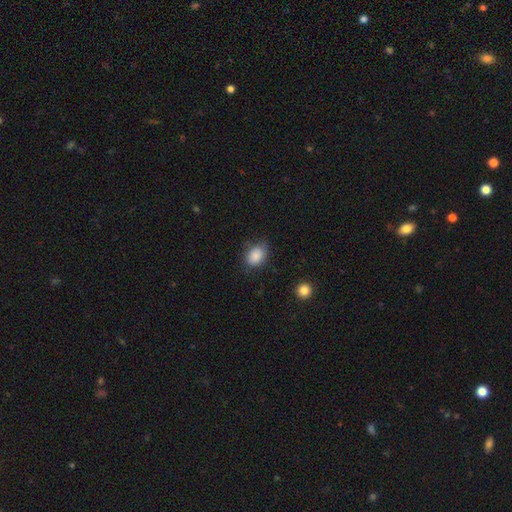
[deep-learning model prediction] Morphology: type=smooth (87%); roundness=in between (74%); merging=none (69%).